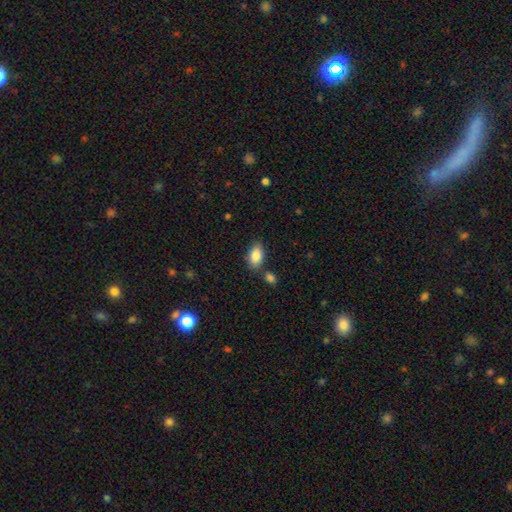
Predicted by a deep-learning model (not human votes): Overall: smooth (87%). How rounded: in between (91%). Merging: none (73%).